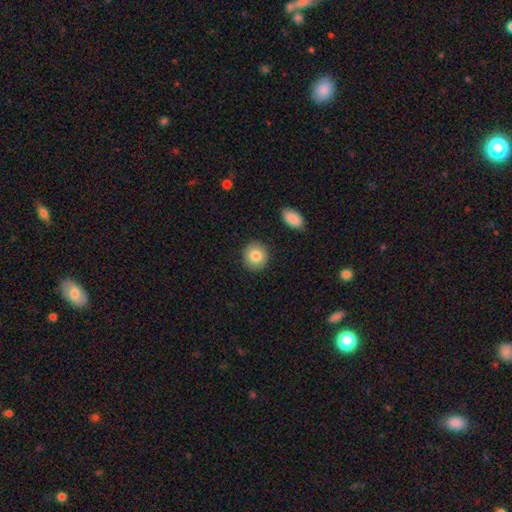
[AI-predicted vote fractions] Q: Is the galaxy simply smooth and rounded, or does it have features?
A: smooth — 83%.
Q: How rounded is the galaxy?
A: round — 88%.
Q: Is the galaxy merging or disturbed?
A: none — 89%.